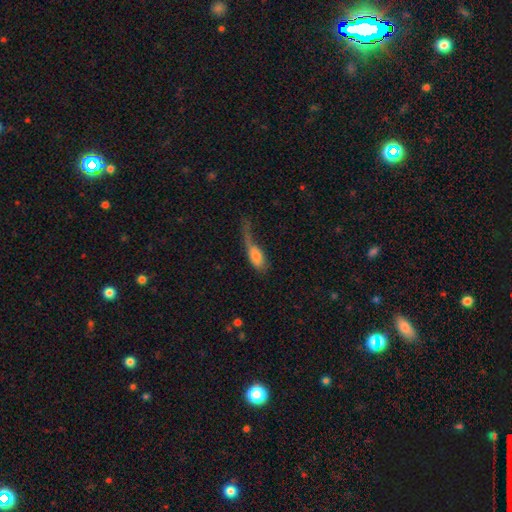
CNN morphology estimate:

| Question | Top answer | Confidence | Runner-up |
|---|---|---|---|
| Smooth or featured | smooth | 67% | featured or disk (26%) |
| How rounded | in between | 75% | cigar-shaped (20%) |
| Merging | major disturbance | 54% | minor disturbance (21%) |